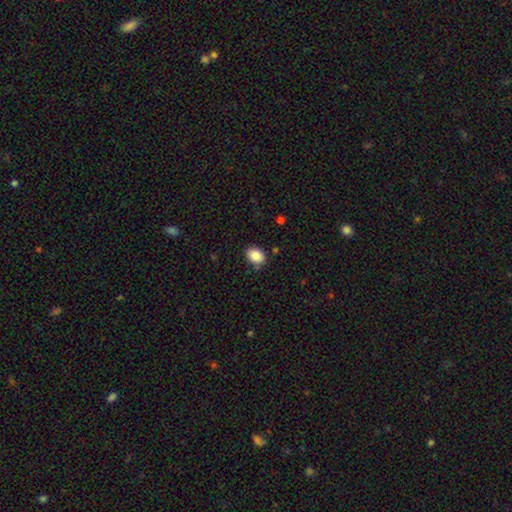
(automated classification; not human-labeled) A smooth galaxy with no disk features (88%) that is in between round and cigar-shaped (72%).

Vote fractions:
- Smooth or featured? smooth: 88% / star or artifact: 8% / featured or disk: 4%
- How rounded? in between: 72% / round: 27% / cigar-shaped: 1%
- Merging? none: 83% / minor disturbance: 12% / major disturbance: 3% / merger: 2%